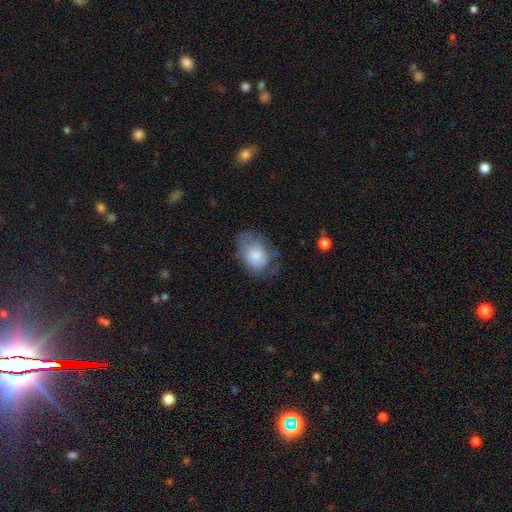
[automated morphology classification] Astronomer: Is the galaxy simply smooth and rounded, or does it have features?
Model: smooth — 74%.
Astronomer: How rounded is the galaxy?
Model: in between — 68%.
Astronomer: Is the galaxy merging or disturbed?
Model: none — 46% (runner-up: minor disturbance, 32%).